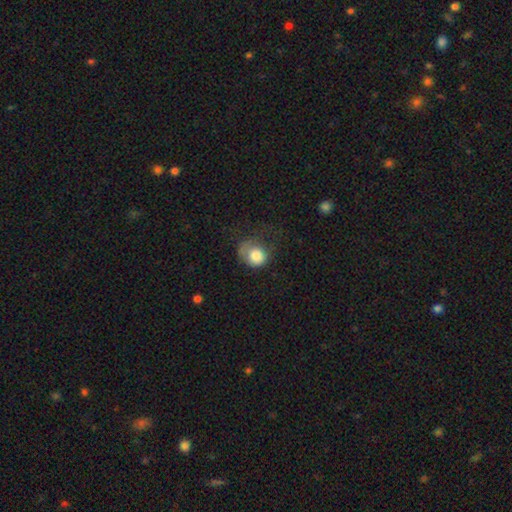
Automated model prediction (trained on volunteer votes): Smooth or featured? smooth (77%)
How rounded? round (69%)
Merging? major disturbance (39%)